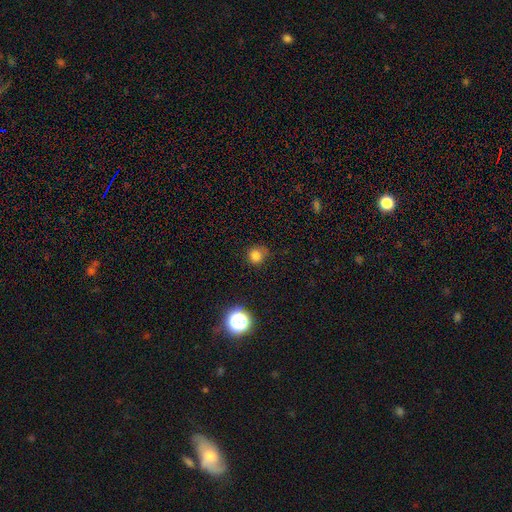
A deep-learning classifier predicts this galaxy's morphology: A smooth galaxy with no disk features (80%) that is round (88%). Merging: none (68%).